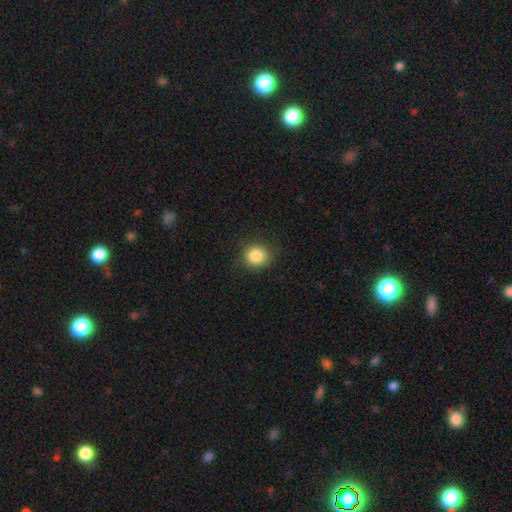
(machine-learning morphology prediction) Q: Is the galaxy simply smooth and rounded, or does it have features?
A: smooth — 85%.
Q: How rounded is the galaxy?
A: round — 82%.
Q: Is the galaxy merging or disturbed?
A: none — 83%.